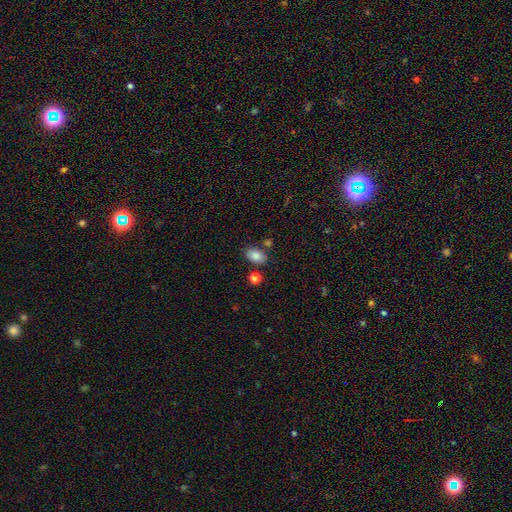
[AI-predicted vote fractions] smooth-or-featured: smooth: 85% | star or artifact: 9% | featured or disk: 6%
  how-rounded: in between: 88% | round: 10% | cigar-shaped: 1%
  merging: none: 78% | minor disturbance: 12% | merger: 7% | major disturbance: 3%